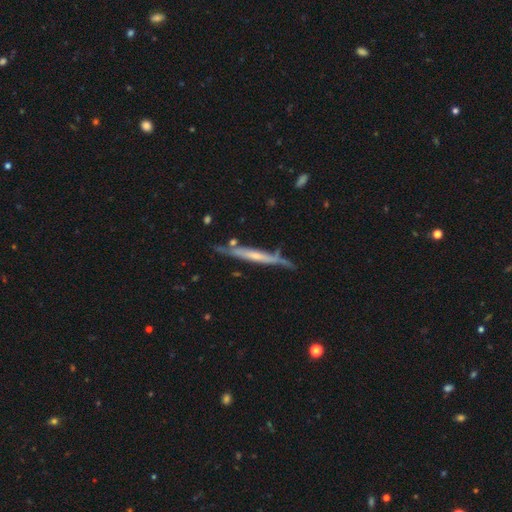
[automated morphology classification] A featured or disk galaxy (67%) viewed edge-on (89%) with no central bulge (55%). Merging: none (69%).